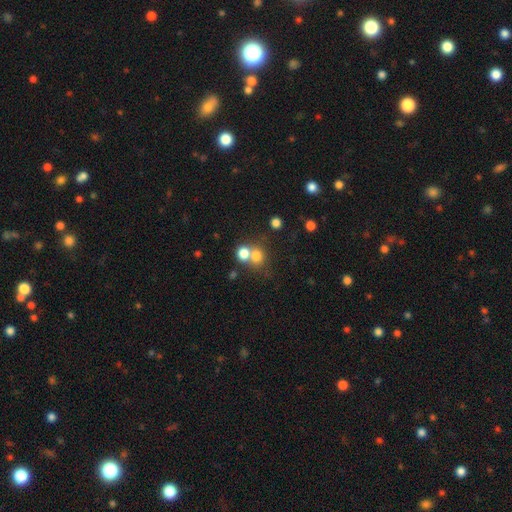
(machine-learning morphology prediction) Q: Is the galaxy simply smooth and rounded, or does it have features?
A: smooth — 75%.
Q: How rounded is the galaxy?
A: round — 79%.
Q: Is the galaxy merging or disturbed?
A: merger — 45%.